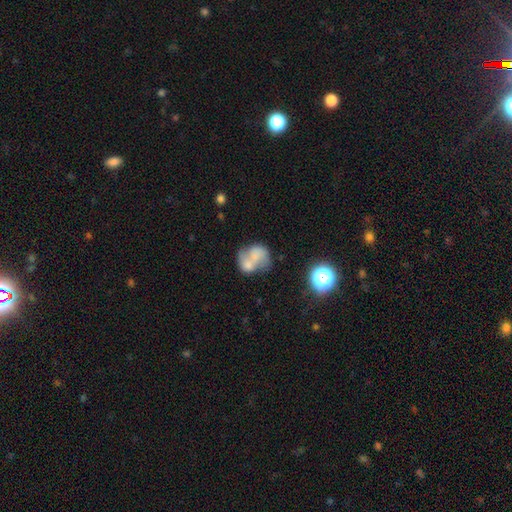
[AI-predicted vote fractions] Smooth or featured?
  - smooth: 56% *
  - featured or disk: 32%
  - star or artifact: 11%
How rounded?
  - round: 52% *
  - in between: 47%
  - cigar-shaped: 1%
Merging?
  - merger: 59% *
  - none: 19%
  - minor disturbance: 11%
  - major disturbance: 10%